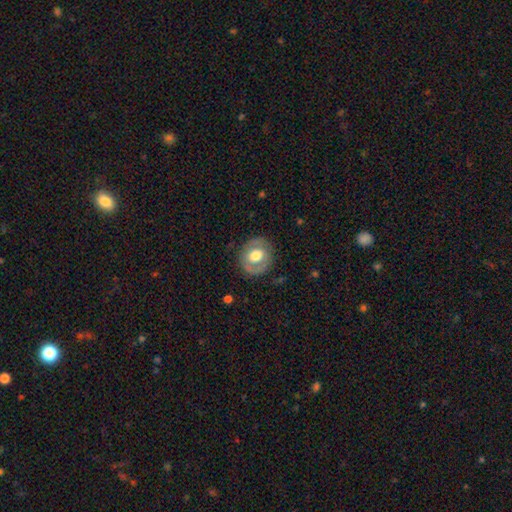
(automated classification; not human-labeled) Q: Smooth or featured?
A: smooth (51%); runner-up: featured or disk (43%)
Q: How rounded?
A: round (77%); runner-up: in between (22%)
Q: Merging?
A: none (80%); runner-up: minor disturbance (13%)